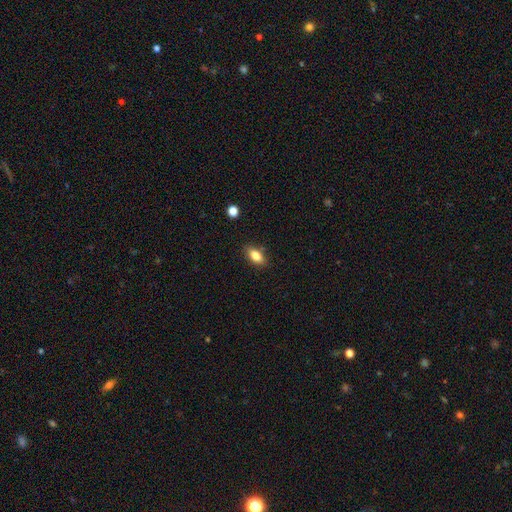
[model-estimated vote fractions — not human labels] Morphology: type=smooth (82%); roundness=in between (86%); merging=none (85%).